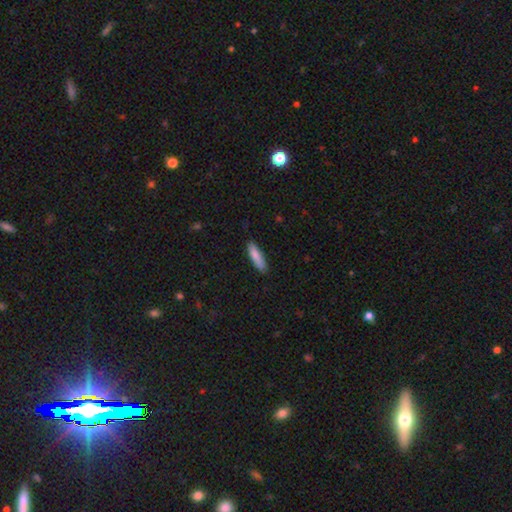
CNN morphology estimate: Smooth or featured: smooth — 86% (featured or disk — 9%)
How rounded: cigar-shaped — 68% (in between — 31%)
Merging: none — 82% (minor disturbance — 14%)